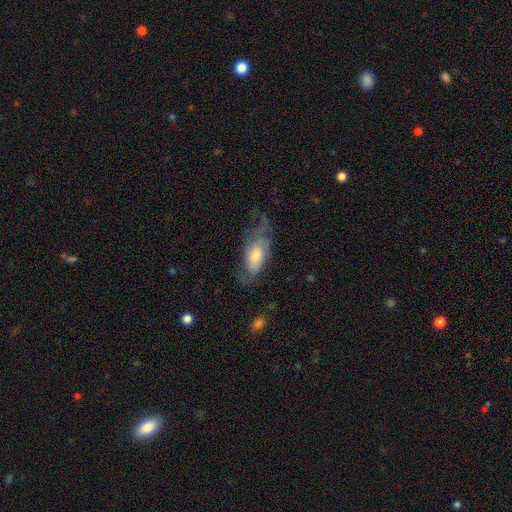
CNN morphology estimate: Q: Smooth or featured?
A: featured or disk (48%); runner-up: smooth (45%)
Q: Merging?
A: none (43%); runner-up: minor disturbance (29%)